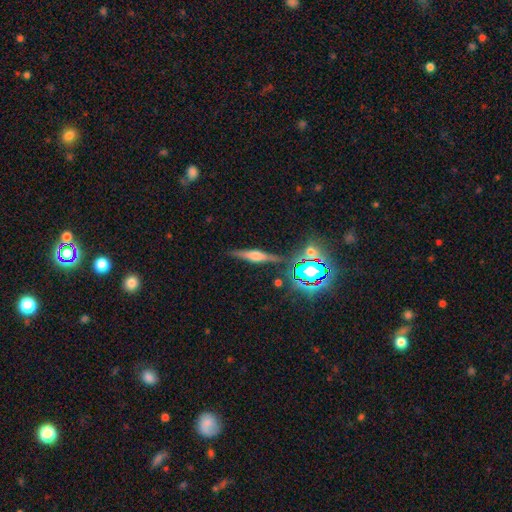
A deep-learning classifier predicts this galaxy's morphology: featured or disk 66%, smooth 20%, star or artifact 14%. Down the decision tree: edge-on disk — yes (96%); edge-on bulge — rounded (82%); merging — none (85%).